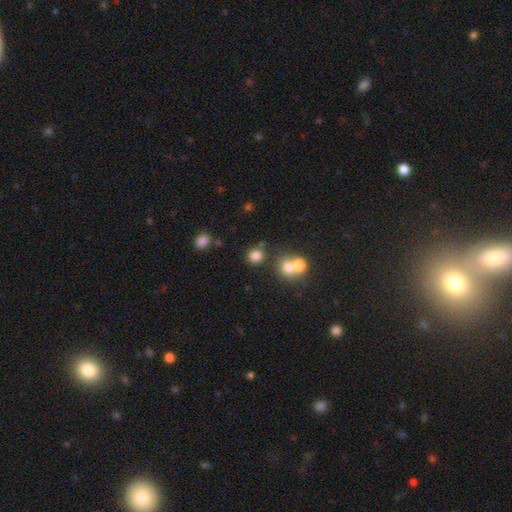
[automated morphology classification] This is likely a smooth galaxy (79%). How rounded: clearly round (84%). Merging: likely none (69%).